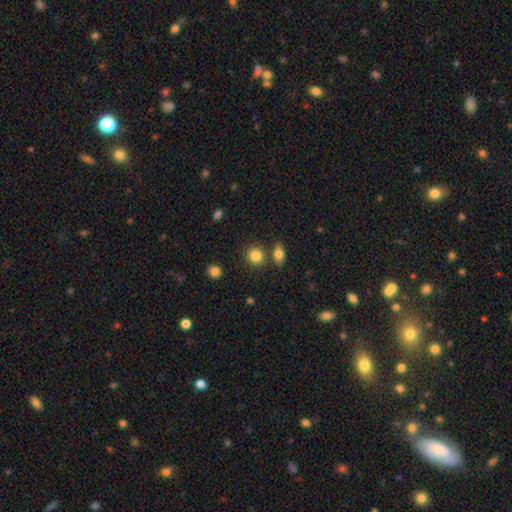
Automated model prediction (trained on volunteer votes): This appears to be a smooth galaxy with no disk features (84%) that is round (80%). Merging: none (74%).